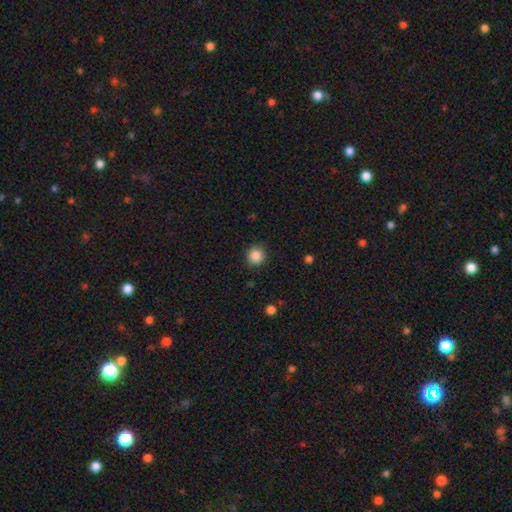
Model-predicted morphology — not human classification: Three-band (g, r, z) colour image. It shows a smooth galaxy with no disk features (87%) that is round (91%). Merging: none (88%).